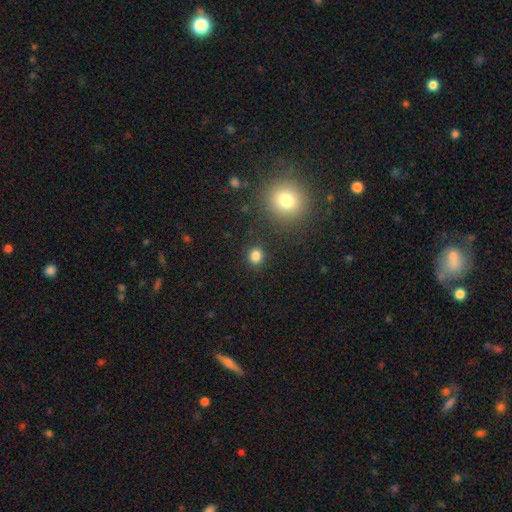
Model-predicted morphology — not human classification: Smooth or featured?
  - smooth: 83% *
  - star or artifact: 13%
  - featured or disk: 4%
How rounded?
  - round: 73% *
  - in between: 26%
  - cigar-shaped: 1%
Merging?
  - none: 87% *
  - minor disturbance: 8%
  - merger: 3%
  - major disturbance: 3%